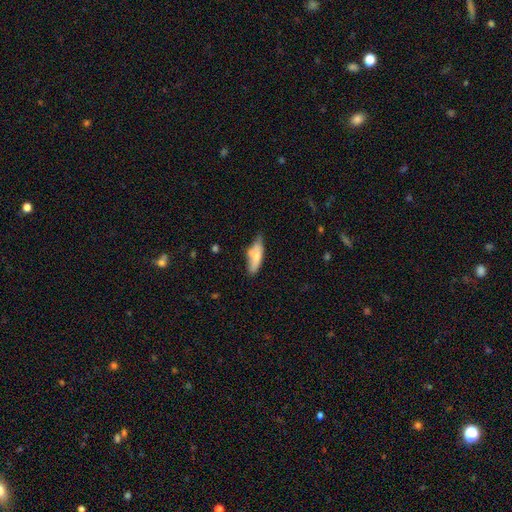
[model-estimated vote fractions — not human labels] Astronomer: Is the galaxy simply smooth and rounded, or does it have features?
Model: smooth — 67%.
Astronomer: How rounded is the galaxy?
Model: in between — 61% (runner-up: cigar-shaped, 37%).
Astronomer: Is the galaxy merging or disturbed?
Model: none — 56%.